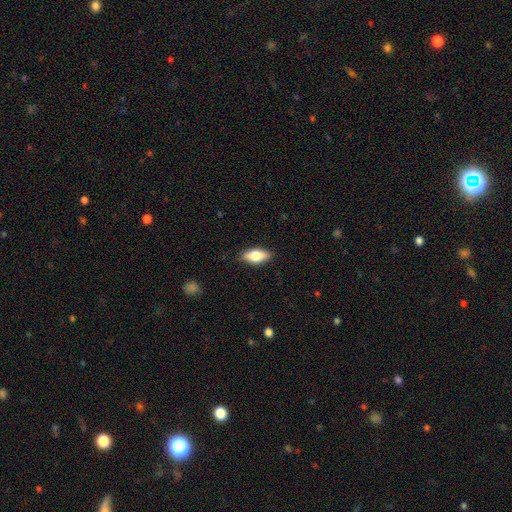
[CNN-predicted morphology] smooth-or-featured: smooth: 73% | featured or disk: 21% | star or artifact: 7%
  how-rounded: in between: 85% | cigar-shaped: 12% | round: 3%
  merging: none: 86% | minor disturbance: 11% | major disturbance: 2% | merger: 1%